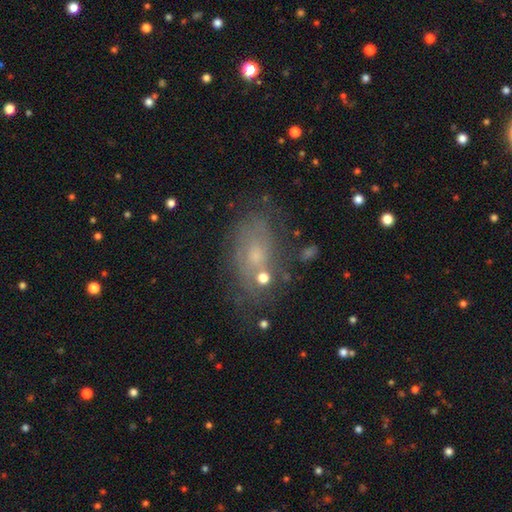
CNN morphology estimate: Overall: featured or disk (41%, tied with smooth). Merging: none (59%; minor disturbance 22%).